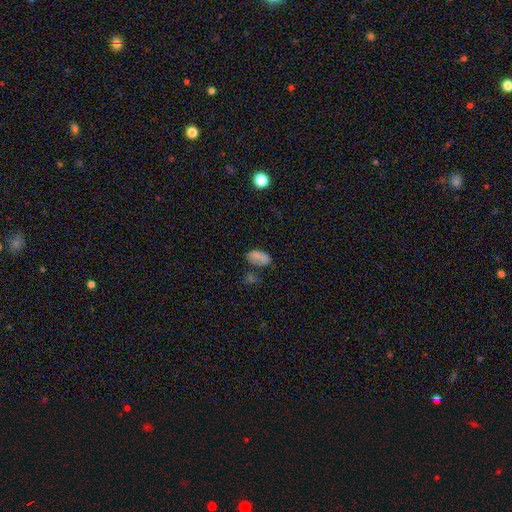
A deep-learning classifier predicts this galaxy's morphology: smooth_or_featured: smooth (p=0.76) [alt: star or artifact p=0.14]
how_rounded: in between (p=0.91) [alt: round p=0.05]
merging: none (p=0.57) [alt: minor disturbance p=0.23]